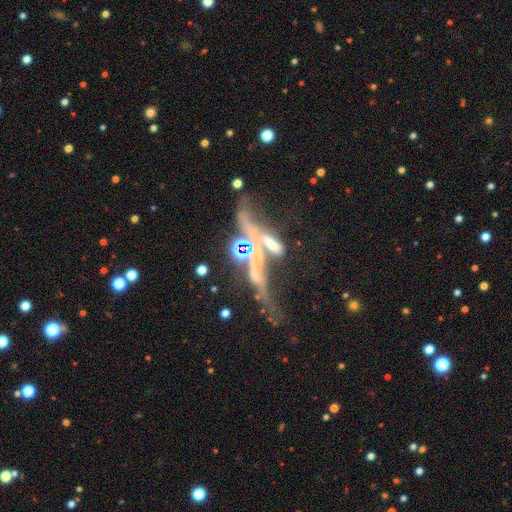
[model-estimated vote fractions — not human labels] smooth-or-featured: featured or disk: 52% | star or artifact: 31% | smooth: 16%
  disk-edge-on: yes: 54% | no: 46%
  merging: merger: 43% | major disturbance: 23% | none: 23% | minor disturbance: 12%